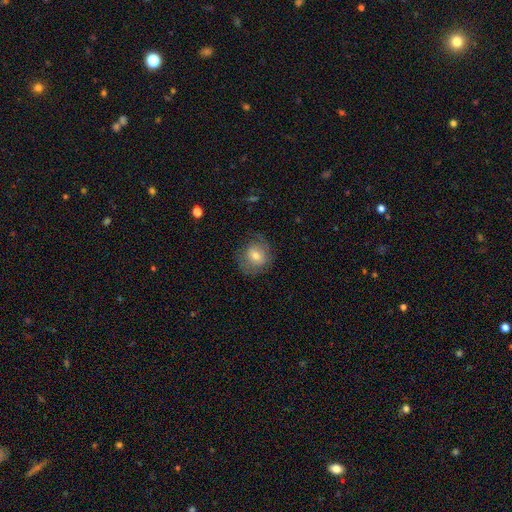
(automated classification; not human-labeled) Smooth or featured: smooth — 58% (featured or disk — 33%)
How rounded: round — 75% (in between — 24%)
Merging: none — 70% (minor disturbance — 18%)